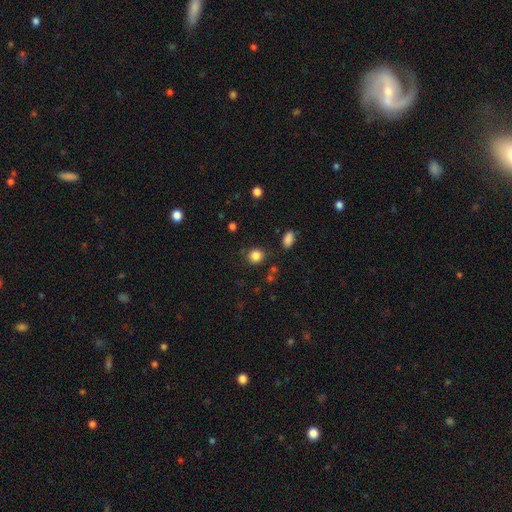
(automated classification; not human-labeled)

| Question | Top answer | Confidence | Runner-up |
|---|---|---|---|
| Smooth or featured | smooth | 84% | star or artifact (11%) |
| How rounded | round | 85% | in between (14%) |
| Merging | none | 84% | minor disturbance (9%) |